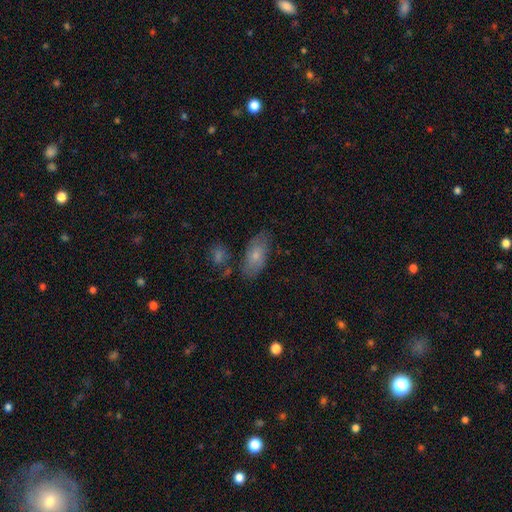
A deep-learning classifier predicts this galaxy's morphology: Q: Smooth or featured?
A: smooth (67%); runner-up: featured or disk (26%)
Q: How rounded?
A: in between (88%); runner-up: cigar-shaped (8%)
Q: Merging?
A: none (68%); runner-up: minor disturbance (20%)